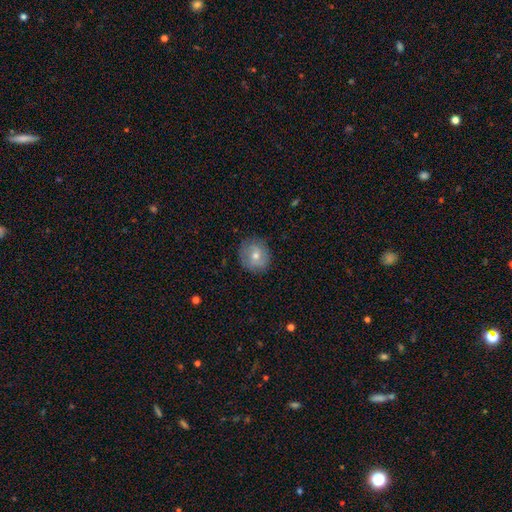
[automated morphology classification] smooth-or-featured: smooth: 48% | featured or disk: 42% | star or artifact: 10%
  merging: none: 83% | minor disturbance: 13% | major disturbance: 4% | merger: 1%